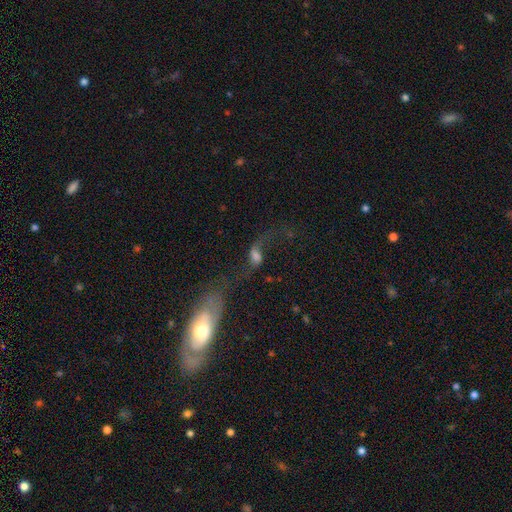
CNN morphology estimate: Q: Smooth or featured?
A: featured or disk (60%); runner-up: smooth (27%)
Q: Edge-on disk?
A: no (92%); runner-up: yes (8%)
Q: Bar?
A: no (42%); runner-up: weak (41%)
Q: Spiral arms?
A: yes (82%); runner-up: no (18%)
Q: Bulge size?
A: moderate (35%); runner-up: small (23%)
Q: Merging?
A: none (35%); runner-up: major disturbance (30%)